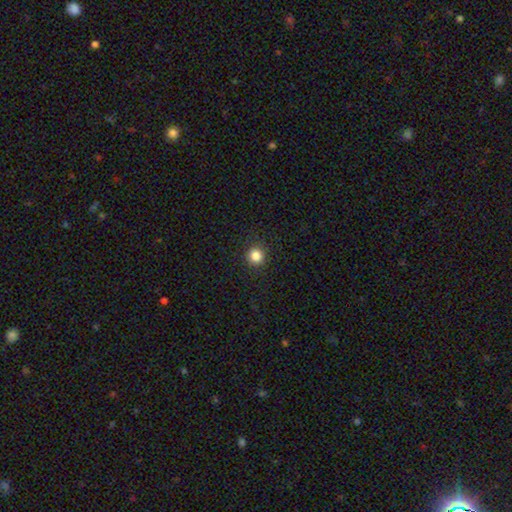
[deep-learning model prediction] Smooth or featured? Predicted: smooth (p=0.84). How rounded? Predicted: round (p=0.93). Merging? Predicted: none (p=0.92).